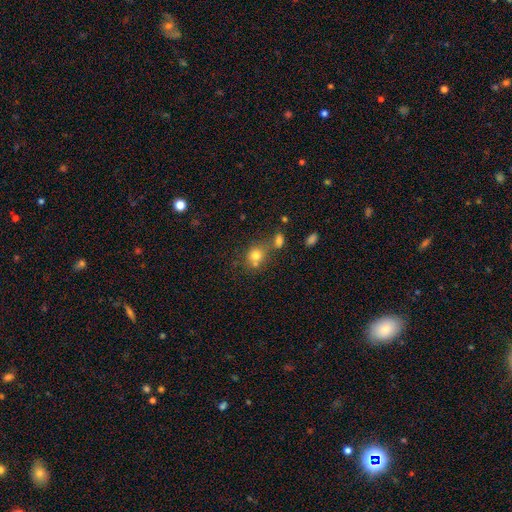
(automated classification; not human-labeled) Smooth or featured: smooth — 76% (star or artifact — 13%)
How rounded: round — 74% (in between — 25%)
Merging: none — 52% (merger — 30%)